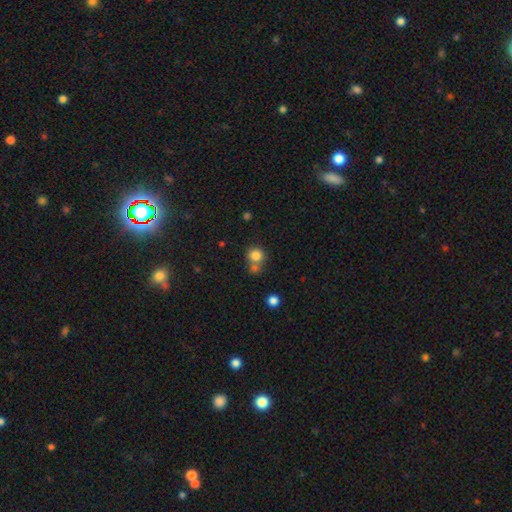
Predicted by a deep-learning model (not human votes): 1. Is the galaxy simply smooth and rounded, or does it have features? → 82% smooth, 11% star or artifact, 7% featured or disk.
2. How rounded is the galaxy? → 88% round, 11% in between, 1% cigar-shaped.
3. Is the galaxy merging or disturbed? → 56% none, 30% merger, 10% minor disturbance, 4% major disturbance.